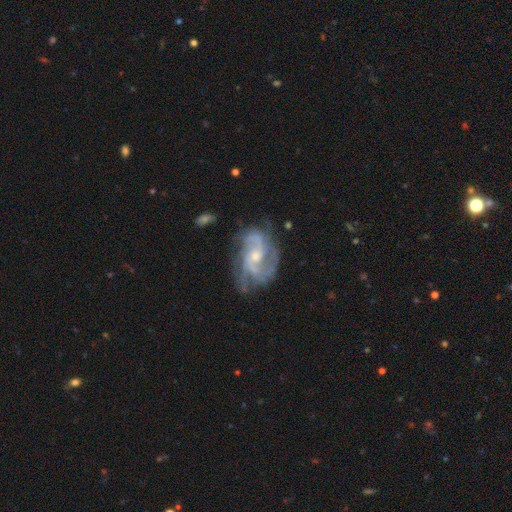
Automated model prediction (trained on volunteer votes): This is clearly a featured or disk galaxy (87%). It is clearly not viewed edge-on (97%). Bar: possibly no (54%). Spiral arm pattern: clearly yes (95%). Spiral arm count: marginally 2 (36%). Spiral winding: possibly medium (48%). Central bulge: possibly small (47%, tied with moderate). Merging: likely none (61%).